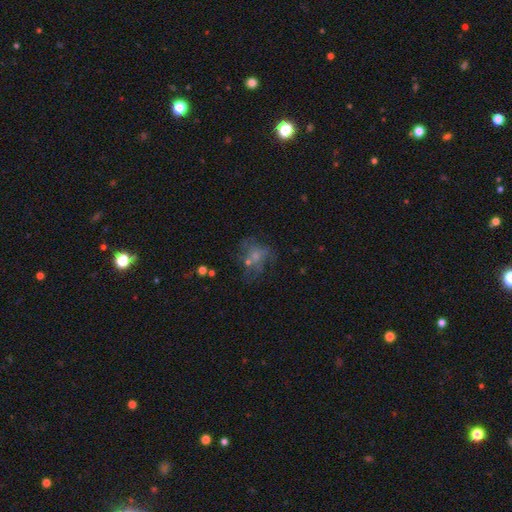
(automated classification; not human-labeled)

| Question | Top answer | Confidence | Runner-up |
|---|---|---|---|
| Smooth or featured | featured or disk | 40% | smooth (32%) |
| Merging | none | 46% | major disturbance (23%) |